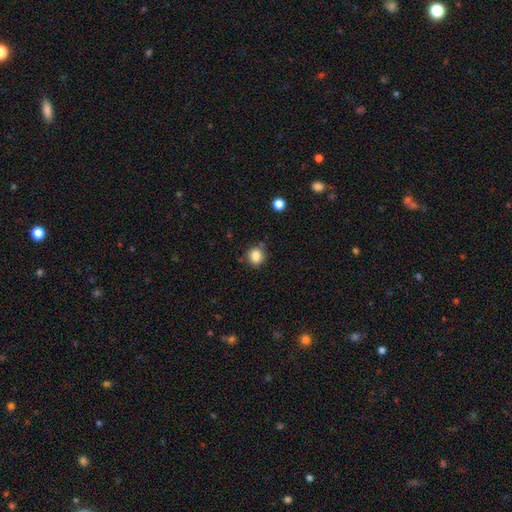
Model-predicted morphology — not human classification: smooth_or_featured: smooth (p=0.85) [alt: star or artifact p=0.10]
how_rounded: round (p=0.83) [alt: in between p=0.16]
merging: none (p=0.79) [alt: minor disturbance p=0.13]